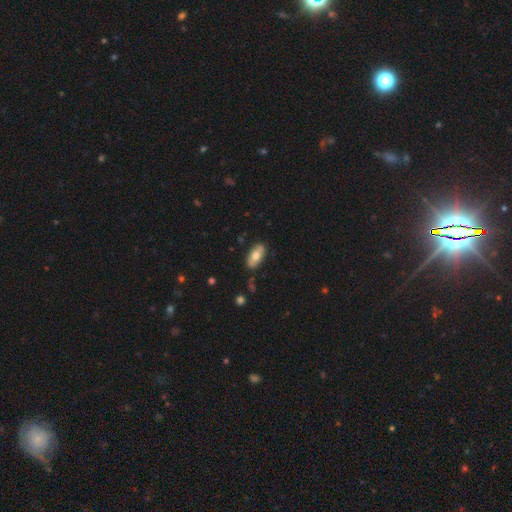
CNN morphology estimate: A smooth galaxy with no disk features (70%) that is in between round and cigar-shaped (89%).

Vote fractions:
- Smooth or featured? smooth: 70% / featured or disk: 24% / star or artifact: 6%
- How rounded? in between: 89% / cigar-shaped: 9% / round: 3%
- Merging? none: 83% / minor disturbance: 13% / major disturbance: 2% / merger: 2%